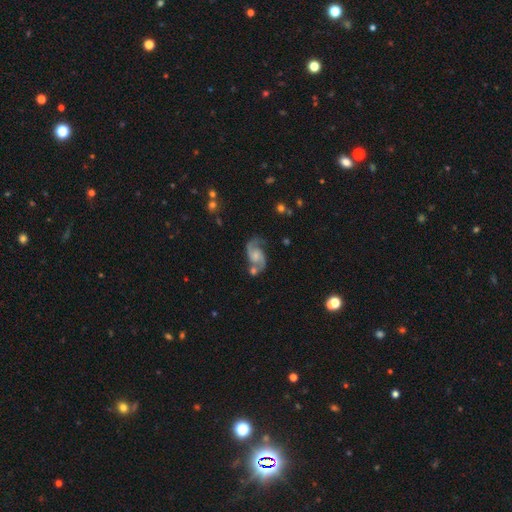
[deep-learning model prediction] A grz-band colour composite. It shows a featured or disk galaxy (86%) with no bar (57%), 2 (93%) medium (50%) spiral arms (97%) and a small central bulge (40%). Merging: none (59%).